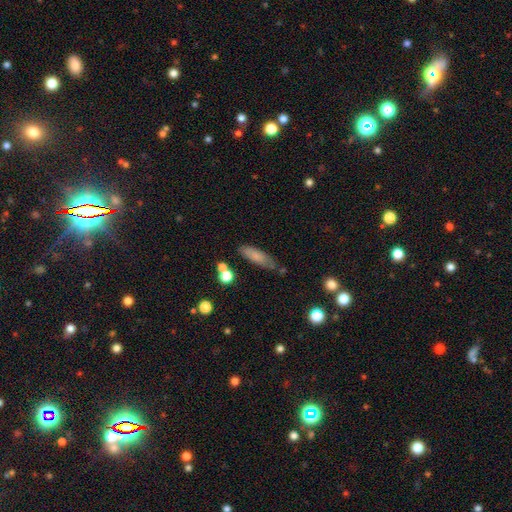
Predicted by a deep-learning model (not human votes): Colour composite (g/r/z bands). It shows a smooth galaxy with no disk features (77%) that is cigar-shaped (52%). Merging: none (67%).